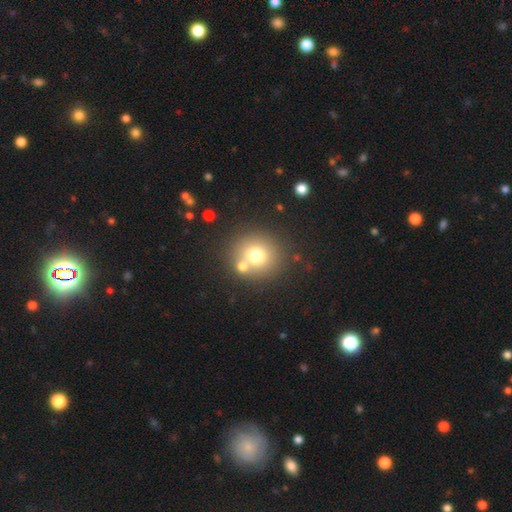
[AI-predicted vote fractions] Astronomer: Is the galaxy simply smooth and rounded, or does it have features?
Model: smooth — 72%.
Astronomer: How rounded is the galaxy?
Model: round — 91%.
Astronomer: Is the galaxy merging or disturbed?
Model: none — 71%.